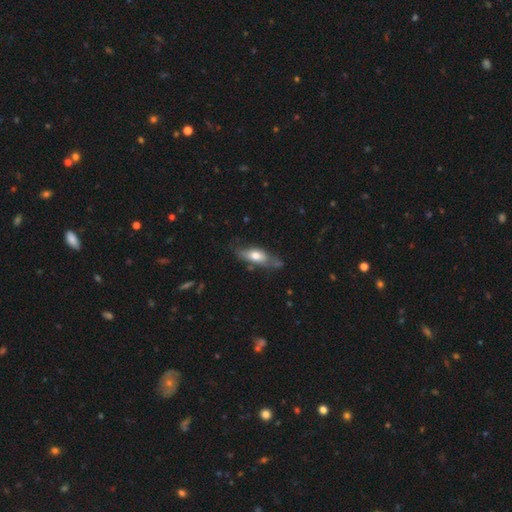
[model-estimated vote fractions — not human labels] A smooth galaxy with no disk features (56%) that is in between round and cigar-shaped (67%). Merging: none (55%).